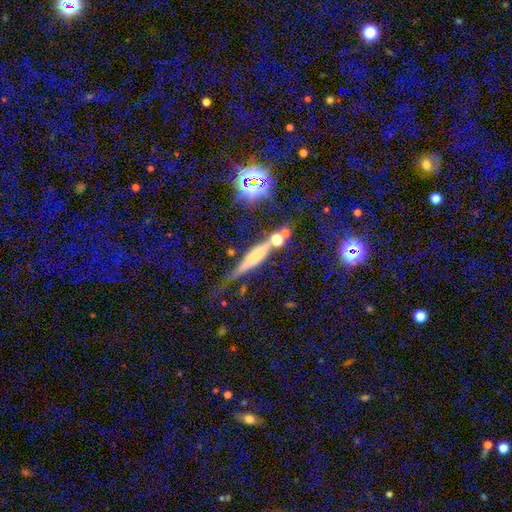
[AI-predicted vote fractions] A featured or disk galaxy (49%). Merging: none (58%).